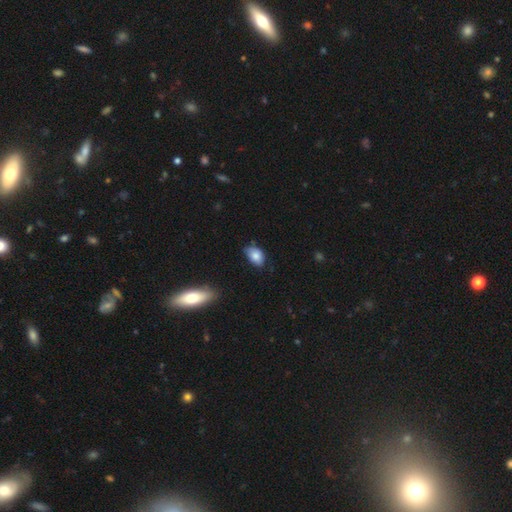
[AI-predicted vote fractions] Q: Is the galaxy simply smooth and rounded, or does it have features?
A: smooth — 80%.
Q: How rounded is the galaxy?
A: in between — 87%.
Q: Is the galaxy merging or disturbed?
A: none — 55%.